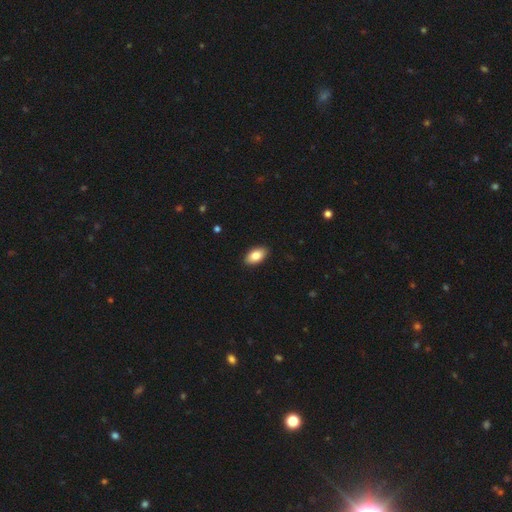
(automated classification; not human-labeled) A smooth galaxy with no disk features (84%) that is in between round and cigar-shaped (93%).

Vote fractions:
- Smooth or featured? smooth: 84% / featured or disk: 9% / star or artifact: 7%
- How rounded? in between: 93% / round: 4% / cigar-shaped: 3%
- Merging? none: 90% / minor disturbance: 7% / major disturbance: 2% / merger: 1%